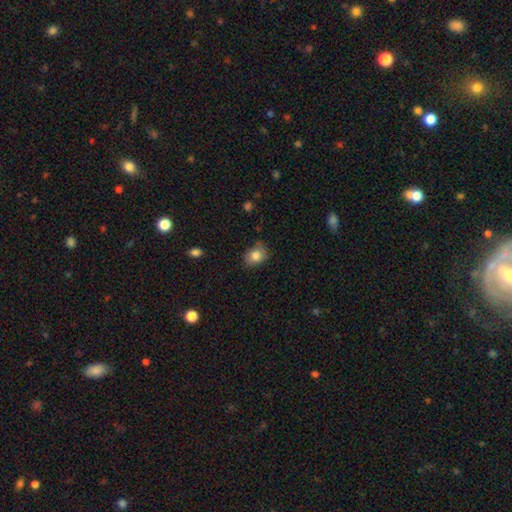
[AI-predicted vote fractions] Overall: smooth (82%). How rounded: in between (56%; round 43%). Merging: none (69%).